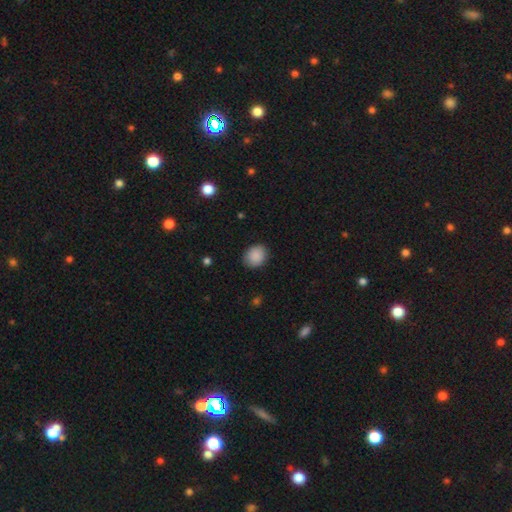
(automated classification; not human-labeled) Smooth or featured?
  - smooth: 89% *
  - star or artifact: 8%
  - featured or disk: 4%
How rounded?
  - round: 58% *
  - in between: 41%
  - cigar-shaped: 1%
Merging?
  - none: 86% *
  - minor disturbance: 11%
  - major disturbance: 3%
  - merger: 1%